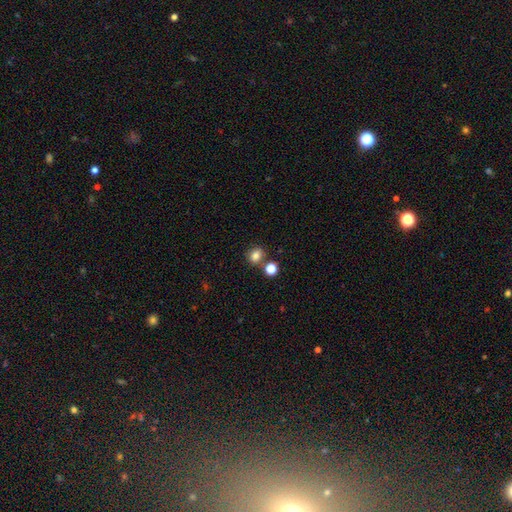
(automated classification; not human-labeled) A smooth galaxy with no disk features (81%) that is round (63%). Merging: none (70%).